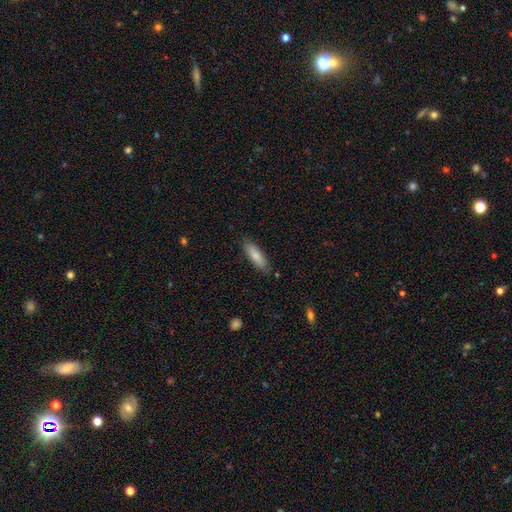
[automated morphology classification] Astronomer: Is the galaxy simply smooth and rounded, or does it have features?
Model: smooth — 81%.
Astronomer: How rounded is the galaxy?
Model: cigar-shaped — 51% (runner-up: in between, 47%).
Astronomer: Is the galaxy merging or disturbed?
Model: none — 85%.